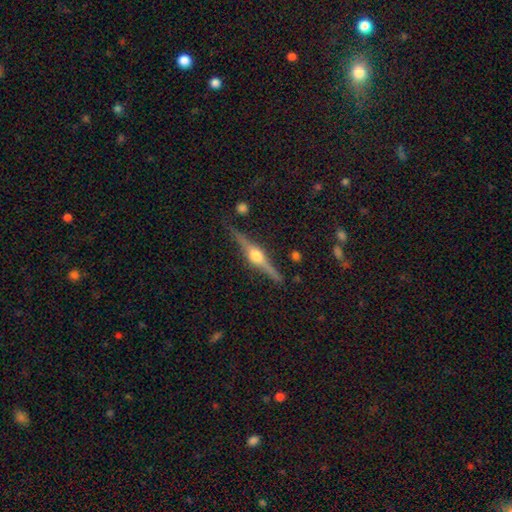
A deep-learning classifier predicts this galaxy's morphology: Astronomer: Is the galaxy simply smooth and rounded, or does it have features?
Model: featured or disk — 84%.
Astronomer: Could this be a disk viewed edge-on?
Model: yes — 98%.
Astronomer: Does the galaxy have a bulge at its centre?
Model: rounded — 95%.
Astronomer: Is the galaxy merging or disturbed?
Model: none — 87%.